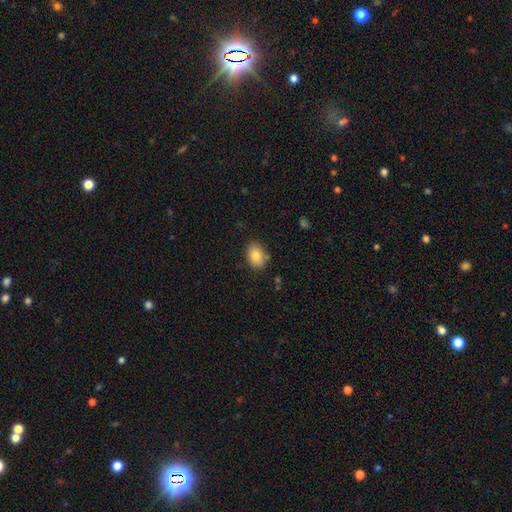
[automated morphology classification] Q: Smooth or featured?
A: smooth (81%); runner-up: featured or disk (10%)
Q: How rounded?
A: in between (78%); runner-up: round (21%)
Q: Merging?
A: none (81%); runner-up: minor disturbance (13%)